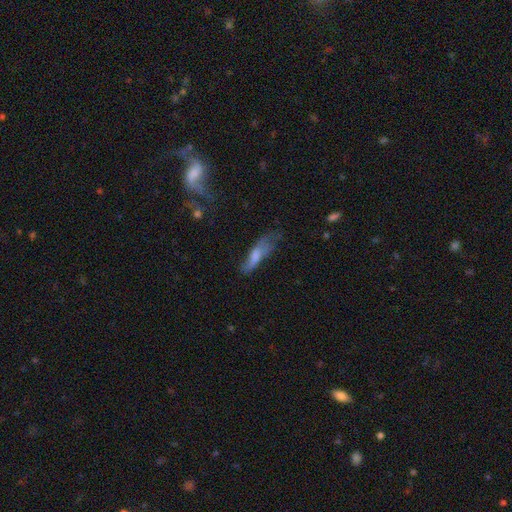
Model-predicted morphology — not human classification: smooth 57%, featured or disk 34%, star or artifact 9%. Down the decision tree: how rounded — cigar-shaped (60%); merging — none (40%).